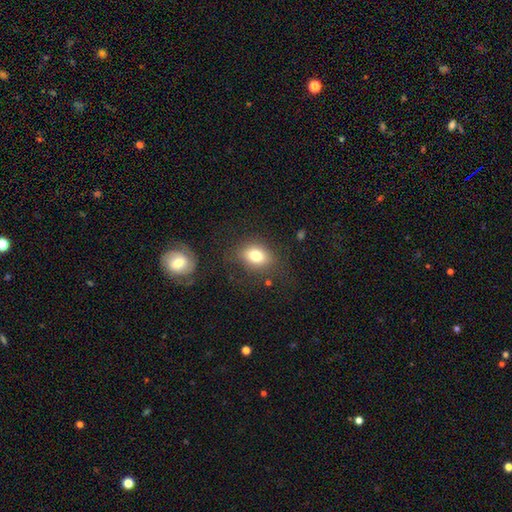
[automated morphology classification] This appears to be a smooth galaxy with no disk features (77%) that is in between round and cigar-shaped (63%). Merging: none (73%).